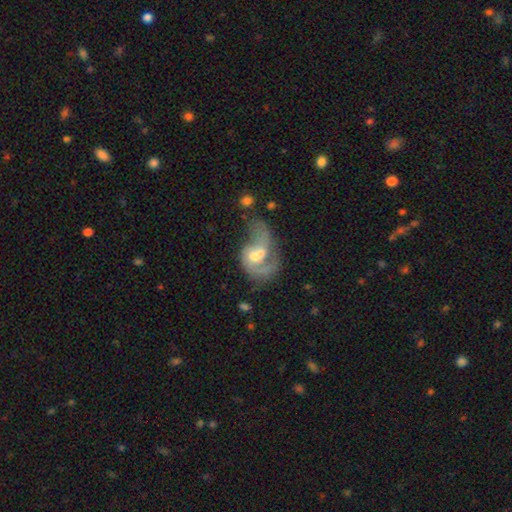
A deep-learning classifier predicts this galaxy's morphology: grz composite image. It shows a featured or disk galaxy (68%) with no bar (62%), spiral arms (75%) and a moderate central bulge (61%). Merging: merger (46%).